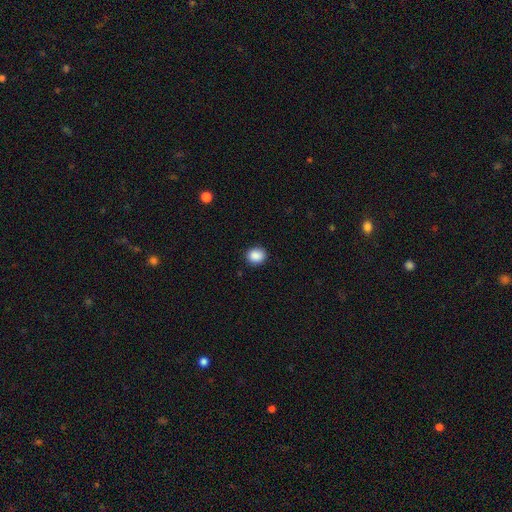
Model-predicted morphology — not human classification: This appears to be a smooth galaxy with no disk features (88%) that is round (74%). Merging: none (89%).